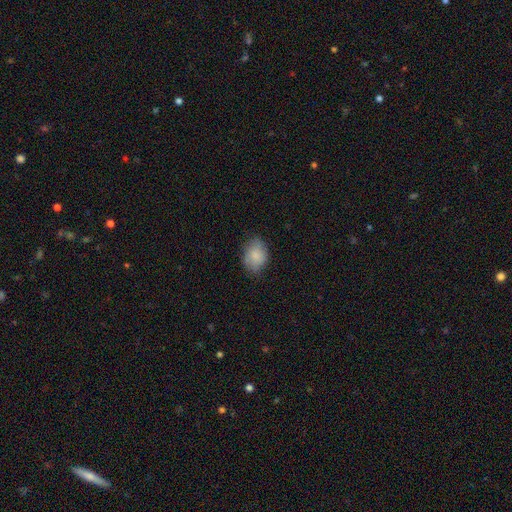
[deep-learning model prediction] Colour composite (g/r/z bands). It shows a smooth galaxy with no disk features (84%) that is in between round and cigar-shaped (74%). Merging: none (74%).